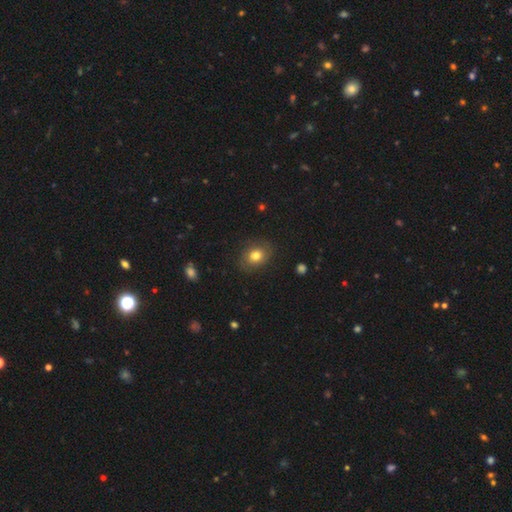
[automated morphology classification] Q: Smooth or featured?
A: smooth (76%); runner-up: featured or disk (13%)
Q: How rounded?
A: round (52%); runner-up: in between (47%)
Q: Merging?
A: none (82%); runner-up: minor disturbance (13%)